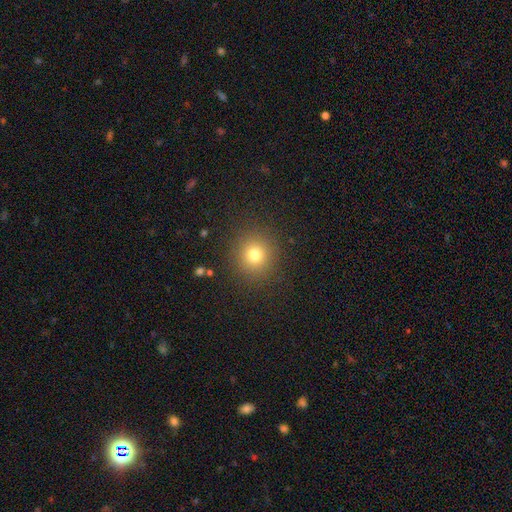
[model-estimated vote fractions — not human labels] Smooth or featured? smooth (71%)
How rounded? round (93%)
Merging? none (92%)